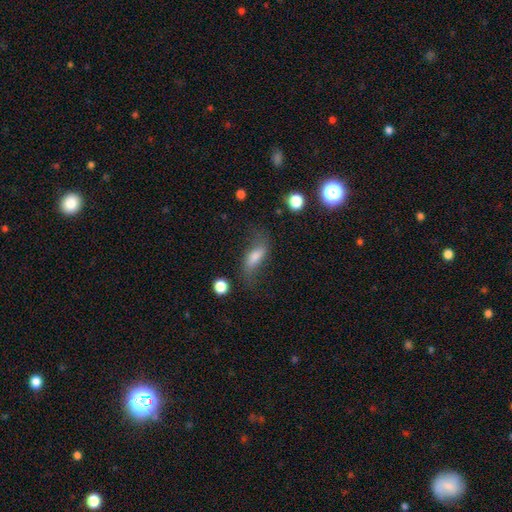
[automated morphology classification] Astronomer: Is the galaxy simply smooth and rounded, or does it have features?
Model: smooth — 56% (runner-up: featured or disk, 34%).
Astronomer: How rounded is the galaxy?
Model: in between — 63%.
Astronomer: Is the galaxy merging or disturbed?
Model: none — 52%.